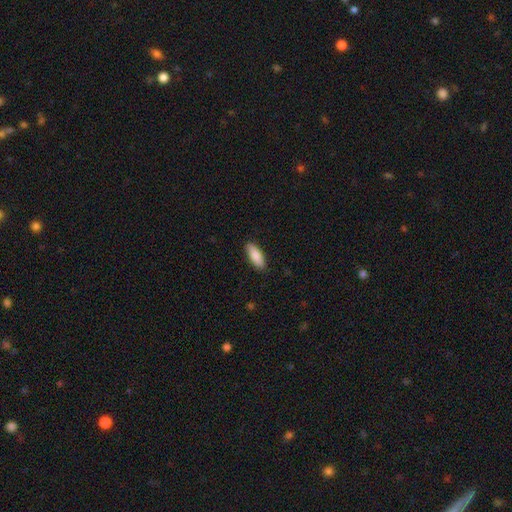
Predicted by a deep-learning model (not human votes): Smooth or featured? smooth (86%)
How rounded? in between (71%)
Merging? none (89%)